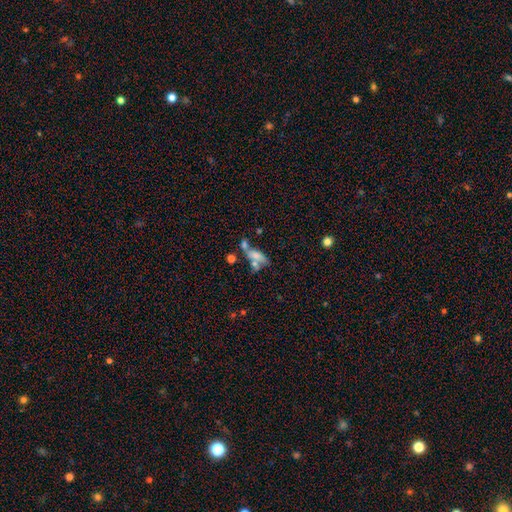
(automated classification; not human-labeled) This is possibly a smooth galaxy (58%). How rounded: likely in between (66%). Merging: marginally merger (39%).